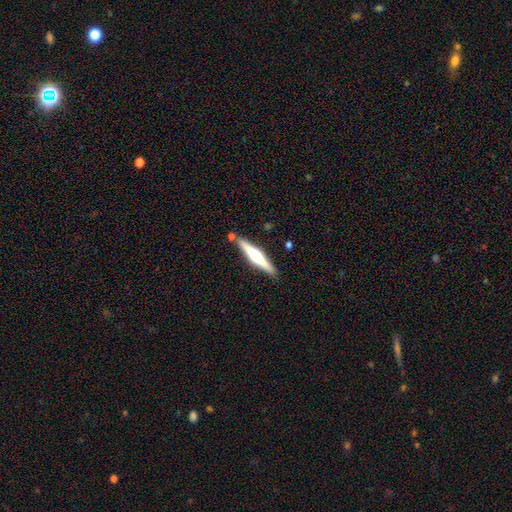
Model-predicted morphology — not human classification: This is likely a featured or disk galaxy (60%). It is clearly viewed edge-on (97%). Edge-on bulge: likely rounded (74%). Merging: clearly none (85%).